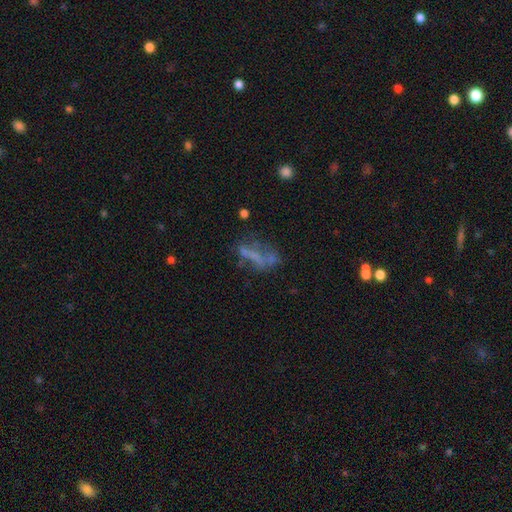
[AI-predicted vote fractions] The model was most divided on "smooth or featured": featured or disk: 43%, smooth: 35%, star or artifact: 21%. Remaining: merging — none (42%).